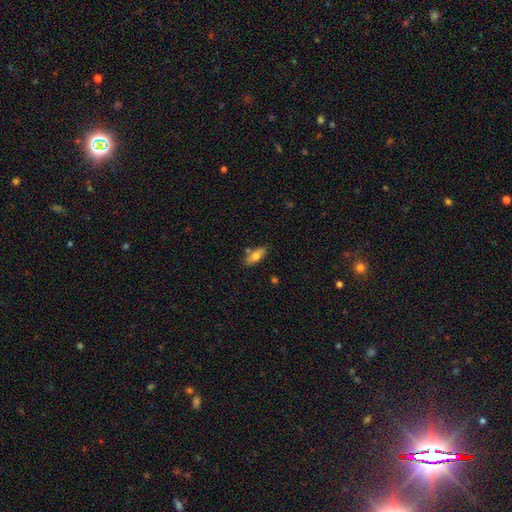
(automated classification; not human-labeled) smooth-or-featured: smooth: 71% | featured or disk: 22% | star or artifact: 7%
  how-rounded: in between: 81% | cigar-shaped: 16% | round: 3%
  merging: none: 71% | minor disturbance: 16% | merger: 10% | major disturbance: 3%